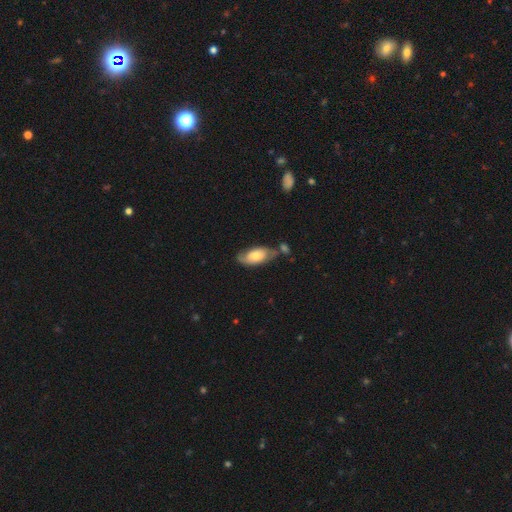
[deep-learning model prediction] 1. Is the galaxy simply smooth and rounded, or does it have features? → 57% smooth, 37% featured or disk, 6% star or artifact.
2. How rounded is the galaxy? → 89% in between, 8% cigar-shaped, 3% round.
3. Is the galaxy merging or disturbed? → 49% none, 24% minor disturbance, 18% merger, 9% major disturbance.